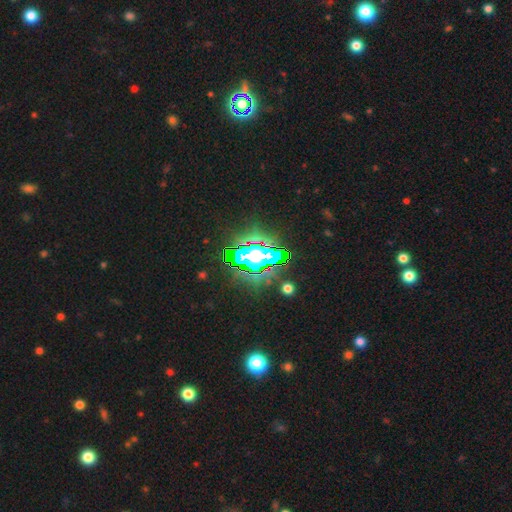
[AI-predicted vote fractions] Morphology: type=star or artifact (68%).